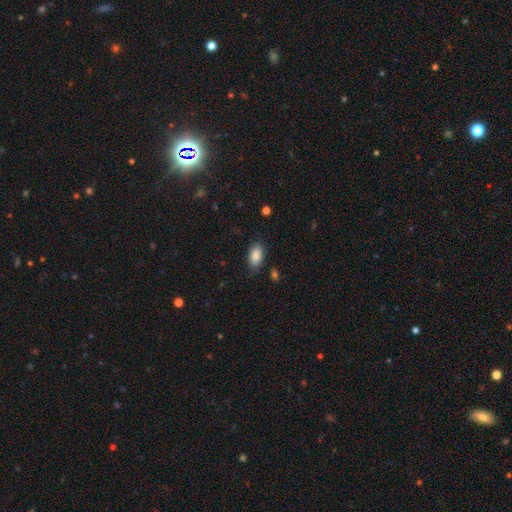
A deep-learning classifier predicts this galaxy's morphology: This is clearly a smooth galaxy (87%). How rounded: clearly in between (91%). Merging: likely none (79%).